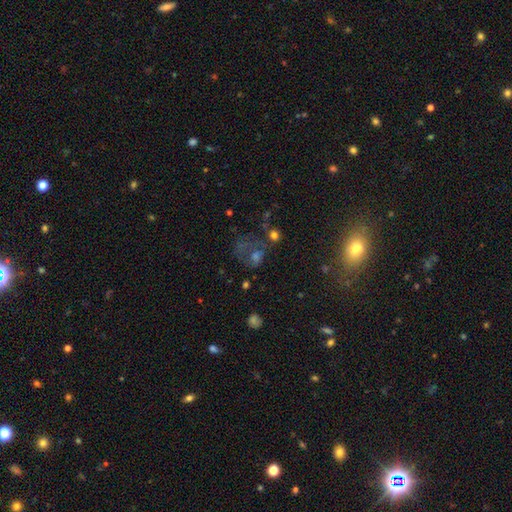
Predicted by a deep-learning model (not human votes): Smooth or featured? smooth (37%)
Merging? none (41%)